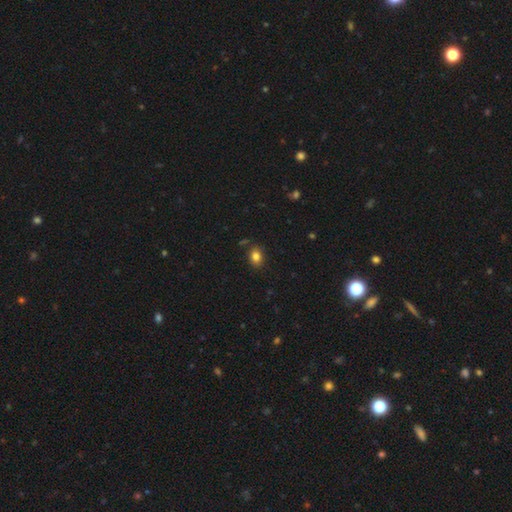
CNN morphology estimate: This appears to be a smooth galaxy with no disk features (82%) that is in between round and cigar-shaped (63%). Merging: none (84%).